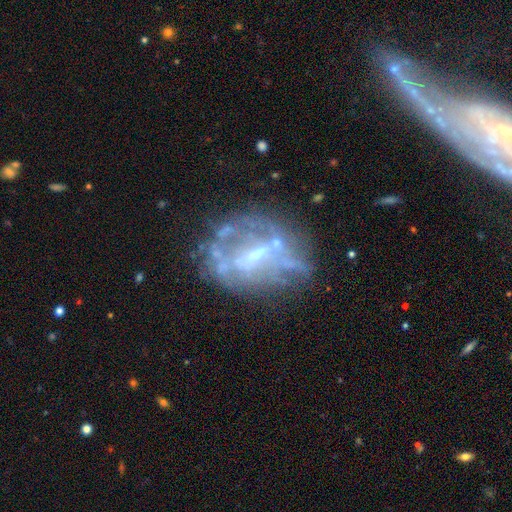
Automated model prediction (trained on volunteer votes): featured or disk 73%, smooth 15%, star or artifact 12%. Down the decision tree: edge-on disk — no (96%); bar — weak (38%); spiral arms — no (69%); bulge size — small (45%); merging — none (51%).